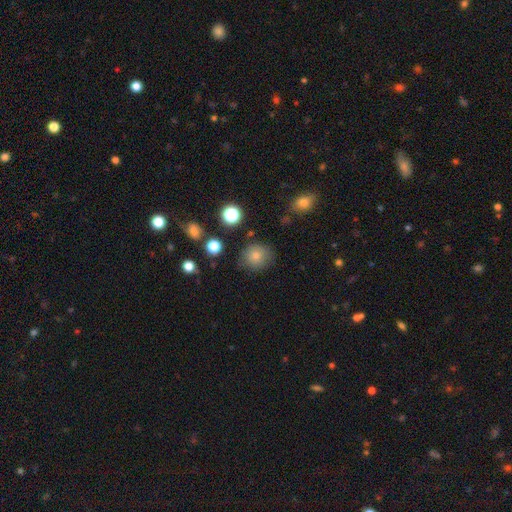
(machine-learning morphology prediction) Smooth or featured? smooth (79%)
How rounded? round (84%)
Merging? none (77%)